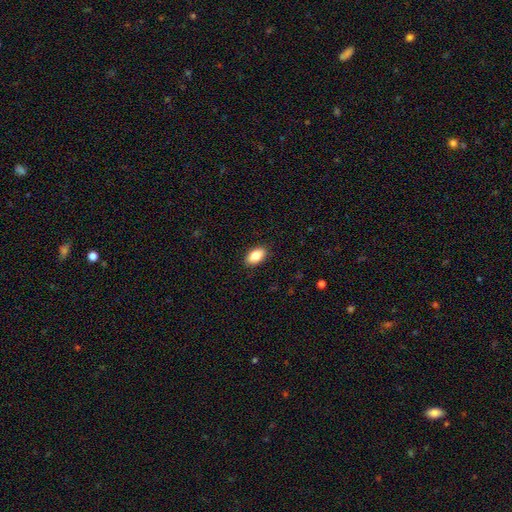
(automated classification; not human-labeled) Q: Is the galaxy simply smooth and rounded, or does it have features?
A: smooth — 83%.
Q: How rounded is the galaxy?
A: in between — 91%.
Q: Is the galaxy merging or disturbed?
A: none — 89%.